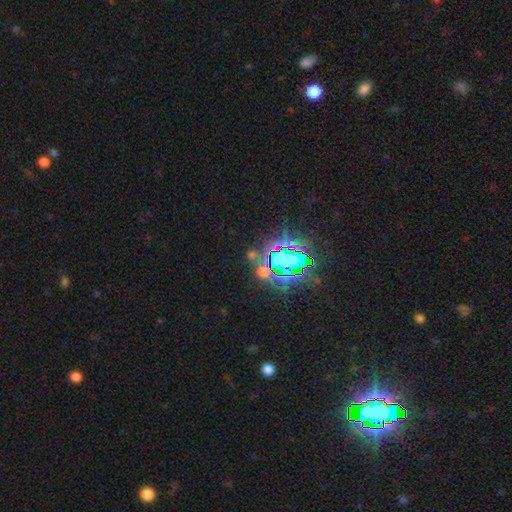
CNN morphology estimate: This is likely a star or artifact rather than a galaxy (79%).